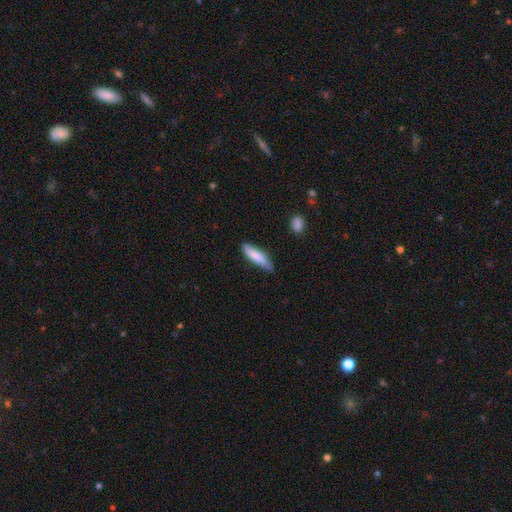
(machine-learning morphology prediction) smooth_or_featured: smooth (p=0.81) [alt: featured or disk p=0.13]
how_rounded: cigar-shaped (p=0.69) [alt: in between p=0.29]
merging: none (p=0.74) [alt: minor disturbance p=0.21]